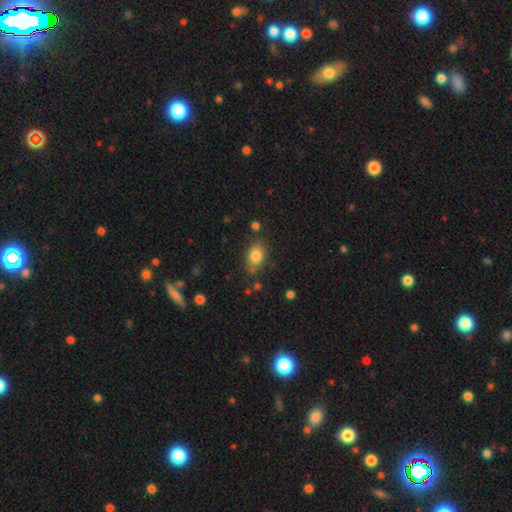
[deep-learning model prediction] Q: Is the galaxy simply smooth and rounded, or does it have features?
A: smooth — 83%.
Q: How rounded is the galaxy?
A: in between — 77%.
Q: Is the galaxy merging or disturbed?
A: none — 75%.